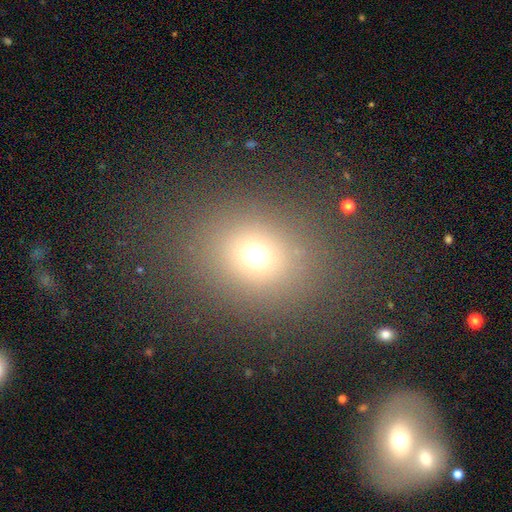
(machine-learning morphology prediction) Smooth or featured? smooth (67%)
How rounded? round (69%)
Merging? none (83%)